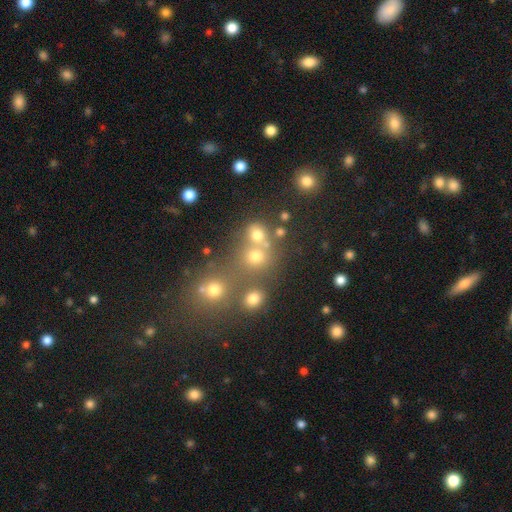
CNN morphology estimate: Smooth or featured? smooth (49%)
Merging? none (55%)